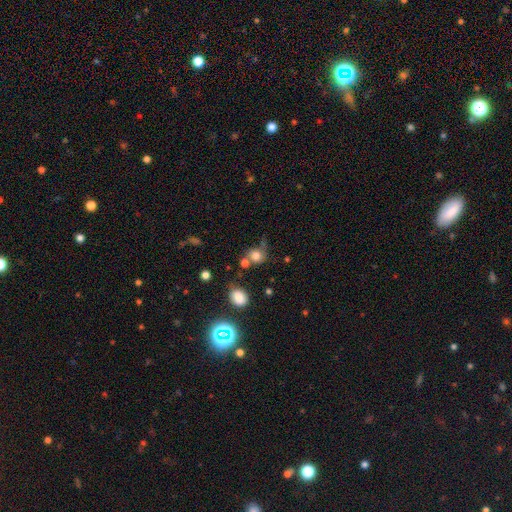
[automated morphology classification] Smooth or featured? smooth (75%)
How rounded? round (79%)
Merging? none (47%)